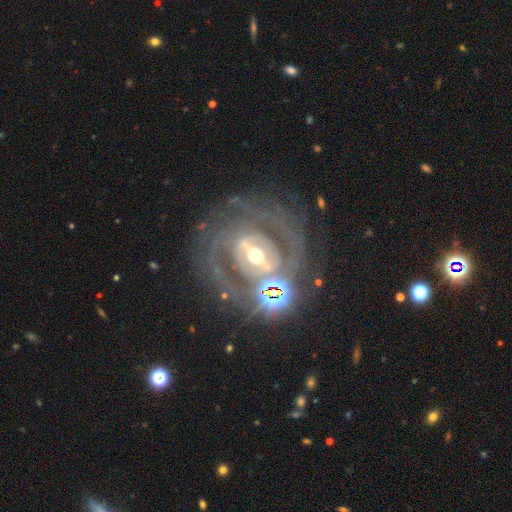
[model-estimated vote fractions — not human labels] Q: Smooth or featured?
A: featured or disk (82%); runner-up: star or artifact (10%)
Q: Edge-on disk?
A: no (93%); runner-up: yes (7%)
Q: Bar?
A: strong (66%); runner-up: weak (23%)
Q: Spiral arms?
A: yes (77%); runner-up: no (23%)
Q: Spiral winding?
A: tight (54%); runner-up: medium (34%)
Q: Spiral arm count?
A: 2 (46%); runner-up: can't tell (28%)
Q: Bulge size?
A: moderate (65%); runner-up: small (23%)
Q: Merging?
A: none (64%); runner-up: major disturbance (15%)